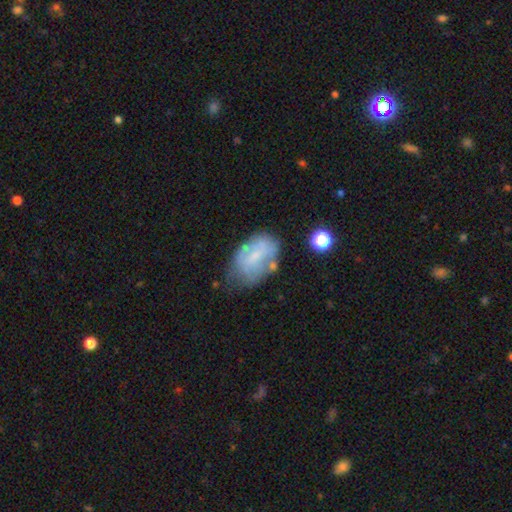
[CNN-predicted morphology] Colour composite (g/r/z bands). It shows a smooth galaxy with no disk features (48%). Merging: none (46%).